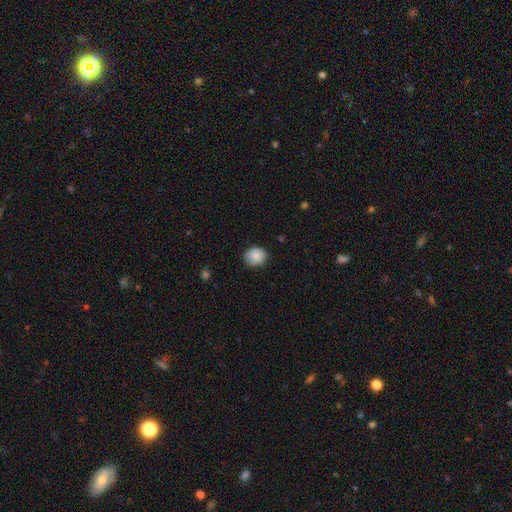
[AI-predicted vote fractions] The model was most divided on "how rounded": round: 77%, in between: 22%, cigar-shaped: 1%. More confident: smooth or featured — smooth (87%); merging — none (85%).